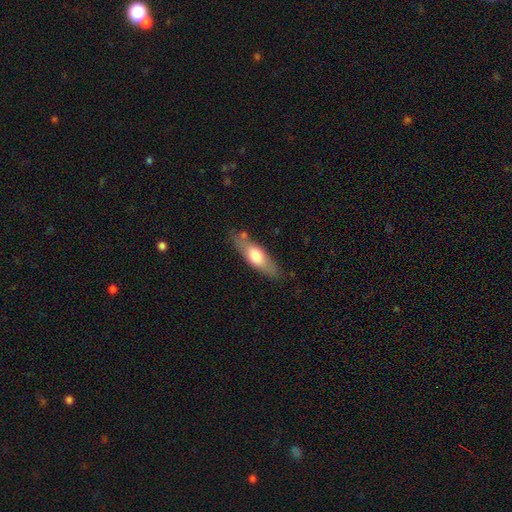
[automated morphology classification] Overall: smooth (58%; featured or disk 36%). How rounded: cigar-shaped (50%; in between 47%). Merging: none (76%).